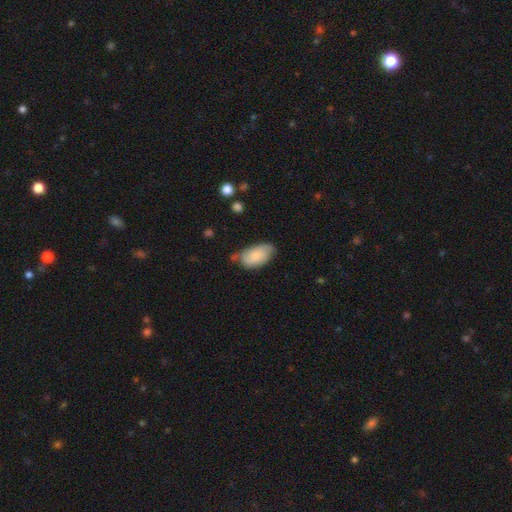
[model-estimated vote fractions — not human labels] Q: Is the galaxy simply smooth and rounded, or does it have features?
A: smooth — 73%.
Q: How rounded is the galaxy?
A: in between — 94%.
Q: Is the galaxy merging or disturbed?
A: none — 58%.